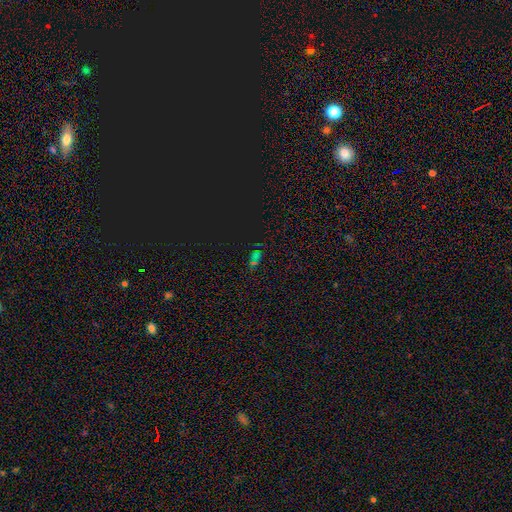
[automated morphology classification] This is likely a star or artifact rather than a galaxy (61%).